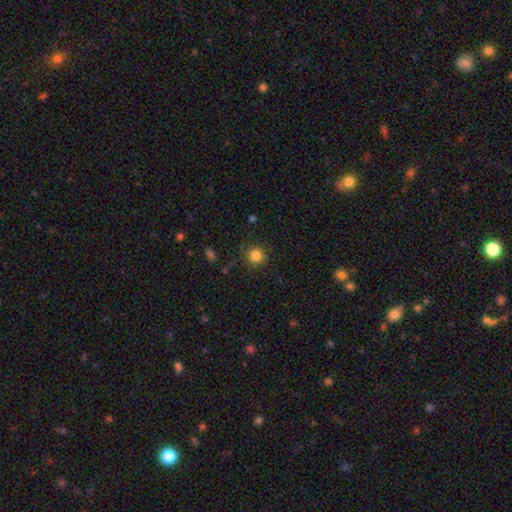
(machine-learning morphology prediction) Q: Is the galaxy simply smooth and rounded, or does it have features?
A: smooth — 83%.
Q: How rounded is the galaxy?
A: round — 92%.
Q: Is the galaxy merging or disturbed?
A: none — 84%.